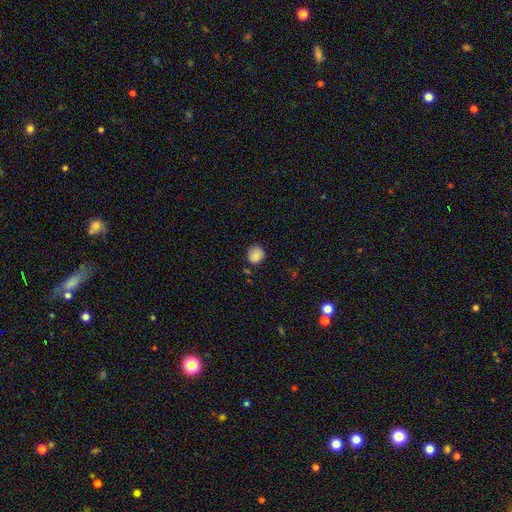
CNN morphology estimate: Smooth or featured? smooth (86%)
How rounded? round (81%)
Merging? none (76%)